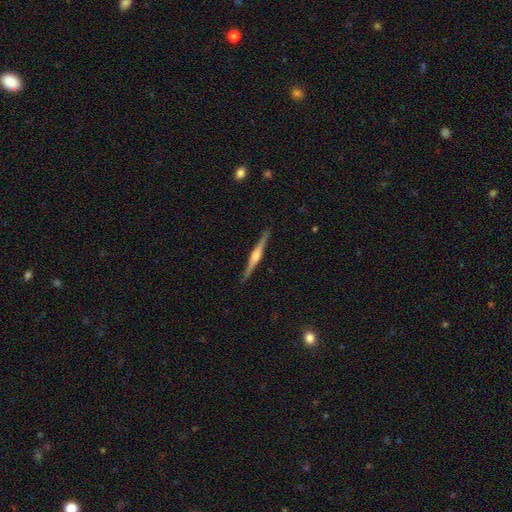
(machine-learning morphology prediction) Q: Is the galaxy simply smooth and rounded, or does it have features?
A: featured or disk — 79%.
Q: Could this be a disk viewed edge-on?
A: yes — 98%.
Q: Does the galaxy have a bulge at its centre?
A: rounded — 85%.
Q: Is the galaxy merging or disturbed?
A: none — 91%.